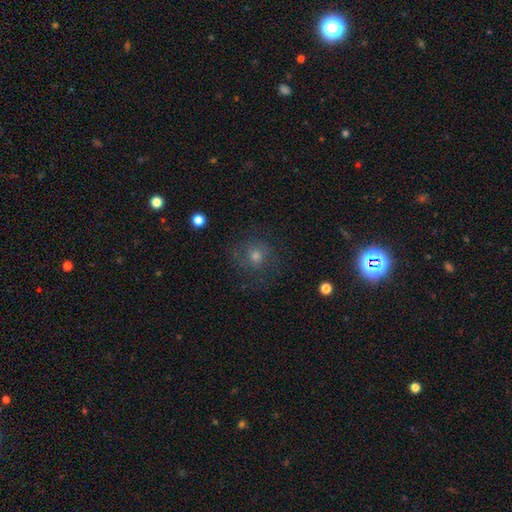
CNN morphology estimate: This appears to be a smooth galaxy with no disk features (43%). Merging: none (74%).